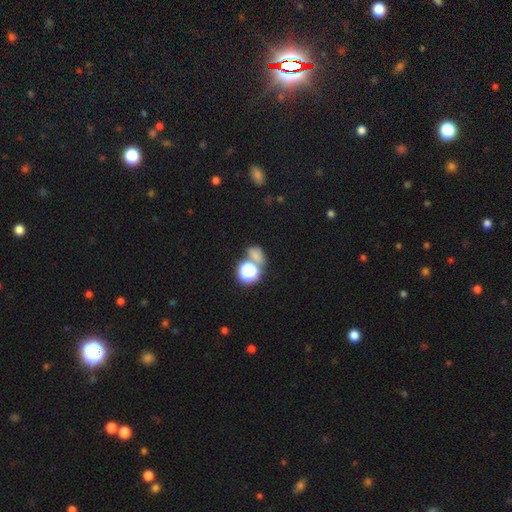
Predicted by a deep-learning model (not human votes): This appears to be a smooth galaxy with no disk features (57%) that is round (57%). Merging: none (54%).